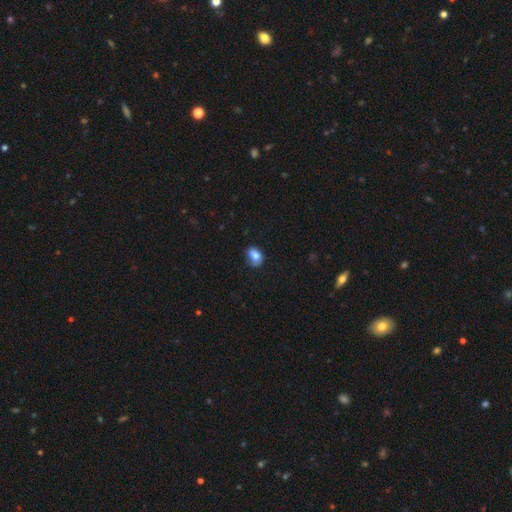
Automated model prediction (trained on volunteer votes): This is likely a smooth galaxy (75%). How rounded: likely in between (74%). Merging: possibly none (51%).